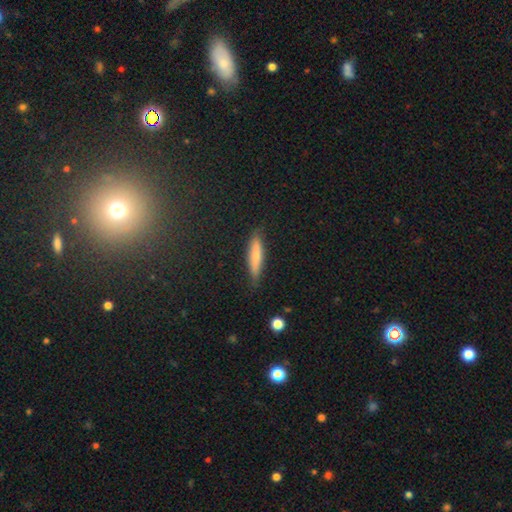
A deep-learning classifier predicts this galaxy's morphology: smooth_or_featured: smooth (p=0.70) [alt: featured or disk p=0.23]
how_rounded: cigar-shaped (p=0.82) [alt: in between p=0.16]
merging: none (p=0.82) [alt: minor disturbance p=0.14]